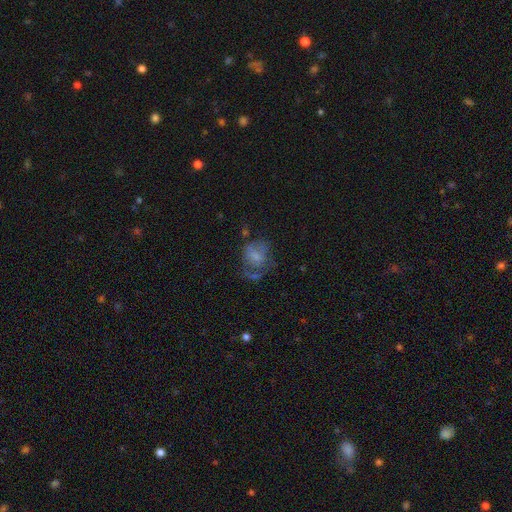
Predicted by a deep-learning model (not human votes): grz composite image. It shows a smooth galaxy with no disk features (51%) that is in between round and cigar-shaped (55%). Merging: major disturbance (38%).